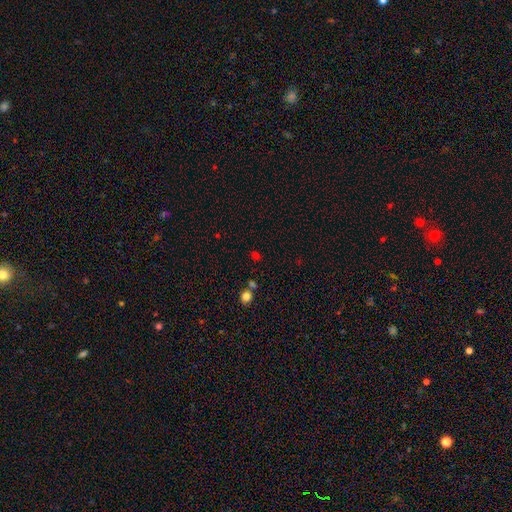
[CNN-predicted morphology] This appears to be a smooth galaxy with no disk features (59%) that is round (63%). Merging: none (66%).